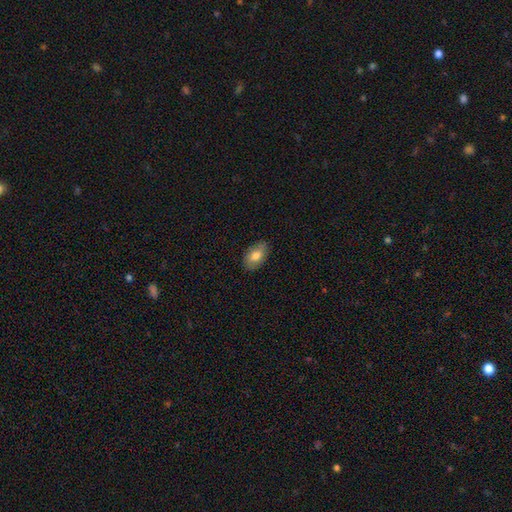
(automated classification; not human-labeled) A smooth galaxy with no disk features (77%) that is in between round and cigar-shaped (93%). Merging: none (85%).